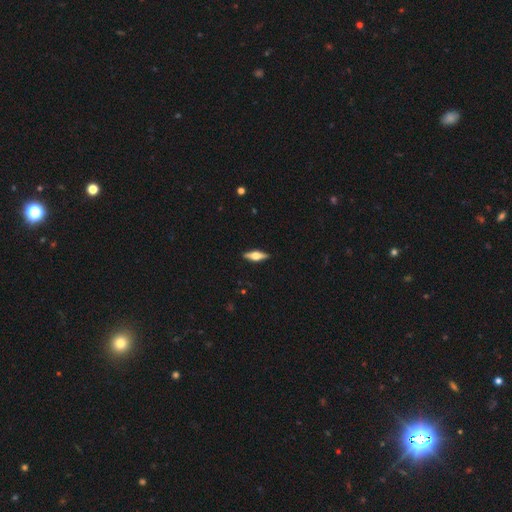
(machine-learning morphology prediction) This appears to be a featured or disk galaxy (60%) viewed edge-on (95%) with a rounded central bulge (92%). Merging: none (89%).